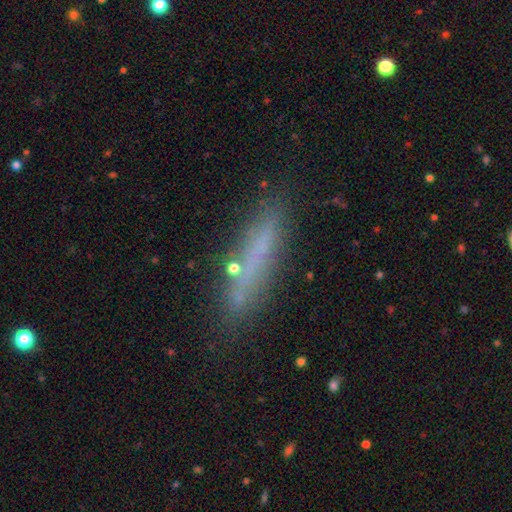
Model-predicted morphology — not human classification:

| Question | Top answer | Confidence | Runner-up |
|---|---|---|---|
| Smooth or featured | smooth | 57% | featured or disk (30%) |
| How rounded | cigar-shaped | 86% | in between (12%) |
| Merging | none | 80% | minor disturbance (12%) |